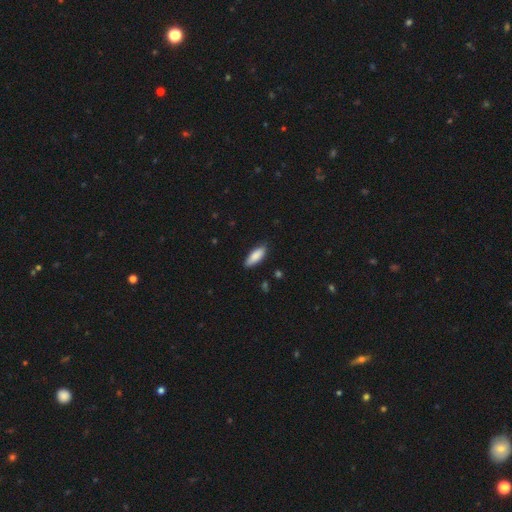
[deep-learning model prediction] The model was most divided on "how rounded": in between: 71%, cigar-shaped: 28%, round: 2%. More confident: smooth or featured — smooth (87%); merging — none (82%).